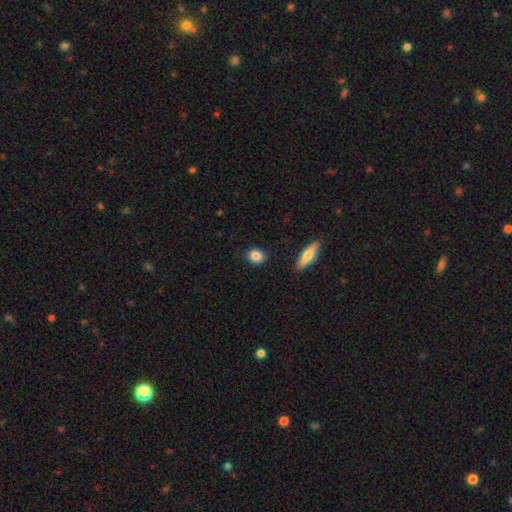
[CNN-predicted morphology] Q: Smooth or featured?
A: smooth (86%); runner-up: star or artifact (8%)
Q: How rounded?
A: in between (53%); runner-up: round (44%)
Q: Merging?
A: none (86%); runner-up: minor disturbance (10%)